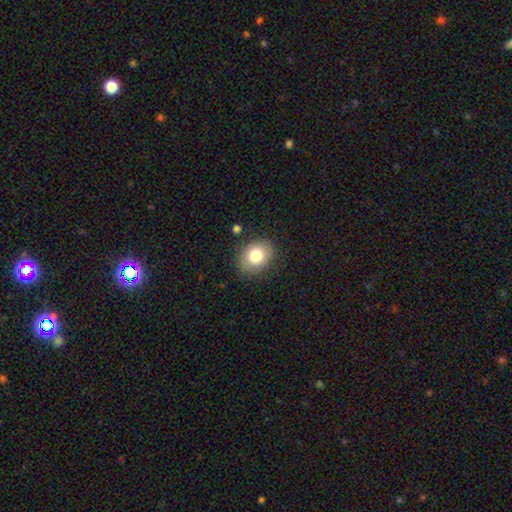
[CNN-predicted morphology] The model was most divided on "how rounded": in between: 53%, round: 46%, cigar-shaped: 1%. More confident: merging — none (83%); smooth or featured — smooth (80%).